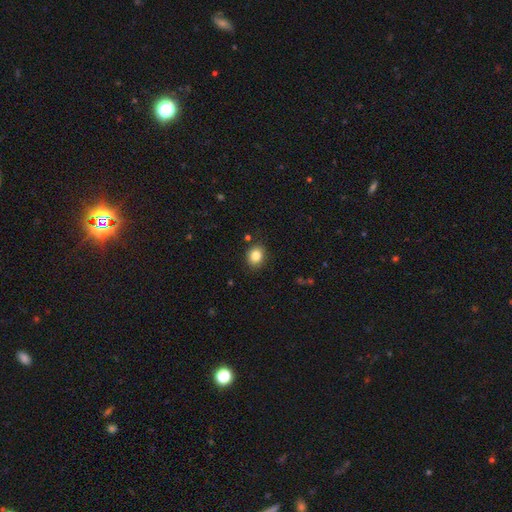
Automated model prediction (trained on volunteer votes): smooth_or_featured: smooth (p=0.84) [alt: star or artifact p=0.10]
how_rounded: round (p=0.51) [alt: in between p=0.48]
merging: none (p=0.87) [alt: minor disturbance p=0.09]